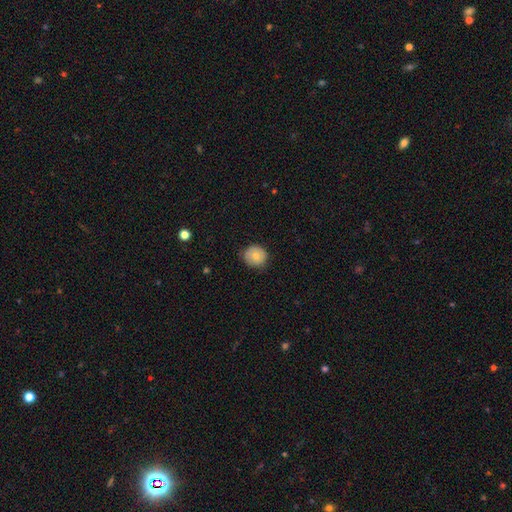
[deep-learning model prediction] Smooth or featured? smooth (76%)
How rounded? round (87%)
Merging? none (81%)